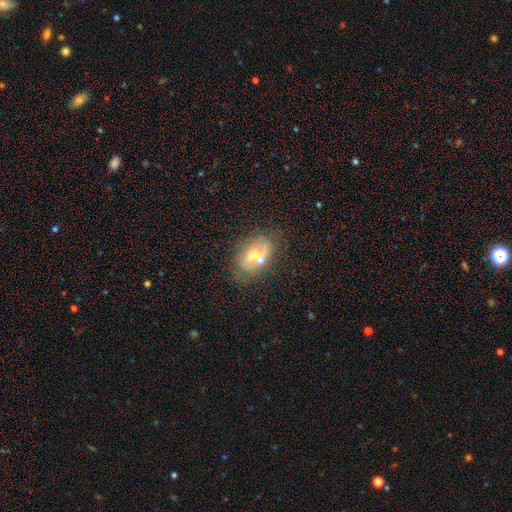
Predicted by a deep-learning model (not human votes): A featured or disk galaxy (52%). Merging: none (55%).